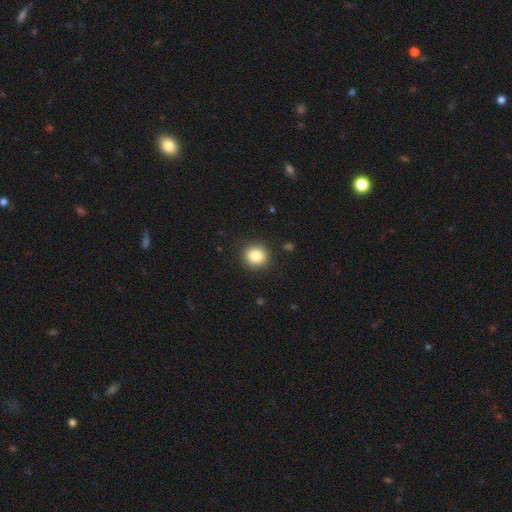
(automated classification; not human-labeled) smooth_or_featured: smooth (p=0.85) [alt: star or artifact p=0.10]
how_rounded: round (p=0.84) [alt: in between p=0.15]
merging: none (p=0.90) [alt: minor disturbance p=0.07]